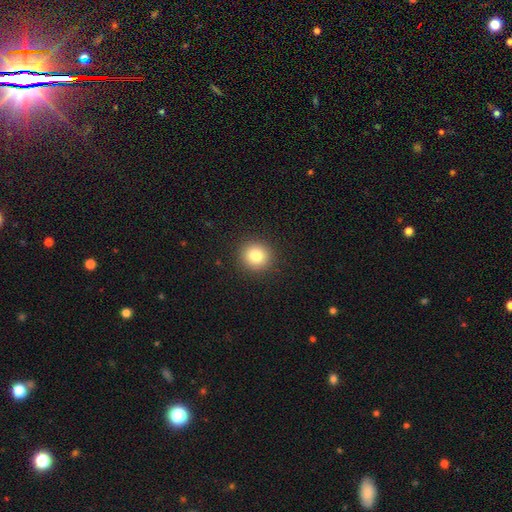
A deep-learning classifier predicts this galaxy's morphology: type=smooth (82%); roundness=round (92%); merging=none (92%).